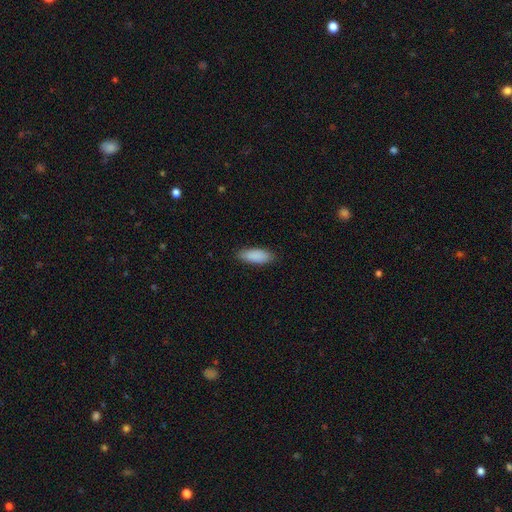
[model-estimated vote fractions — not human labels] smooth 89%, star or artifact 6%, featured or disk 5%. Down the decision tree: how rounded — in between (75%); merging — none (86%).